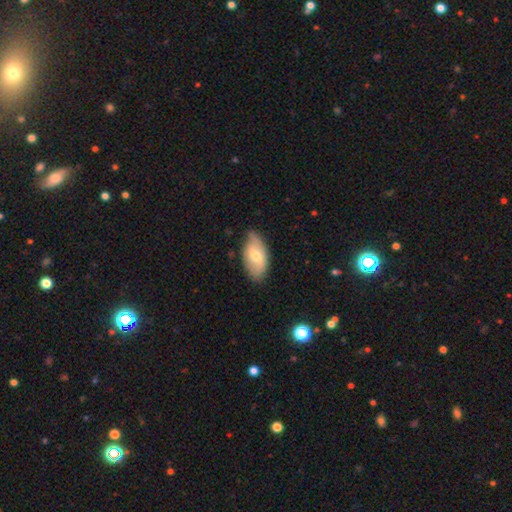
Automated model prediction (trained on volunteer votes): A smooth galaxy with no disk features (57%) that is in between round and cigar-shaped (94%). Merging: none (71%).